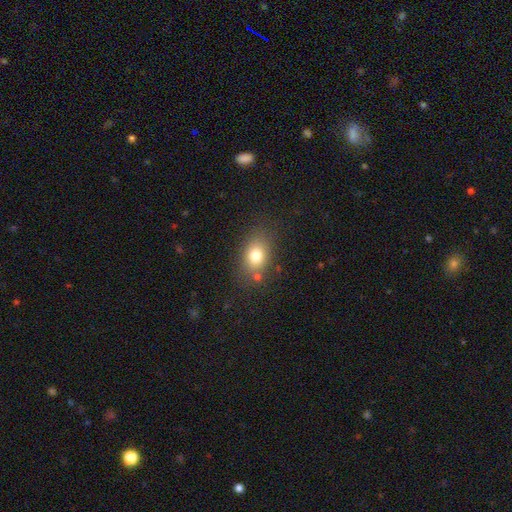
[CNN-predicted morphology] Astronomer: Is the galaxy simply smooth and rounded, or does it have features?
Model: smooth — 77%.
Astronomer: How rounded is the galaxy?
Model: in between — 69%.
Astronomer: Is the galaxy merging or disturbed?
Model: none — 75%.